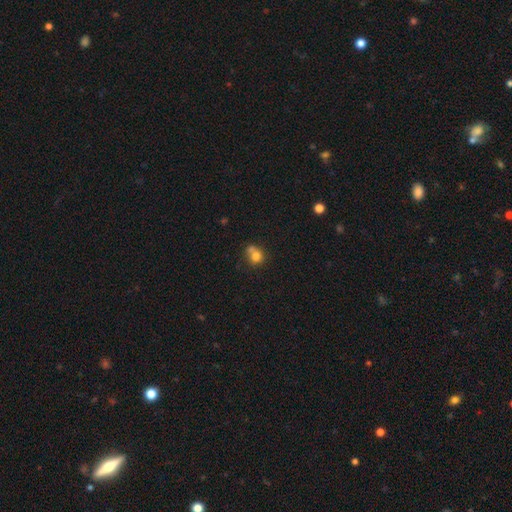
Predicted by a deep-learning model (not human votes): Smooth or featured? smooth (75%)
How rounded? round (75%)
Merging? merger (48%)